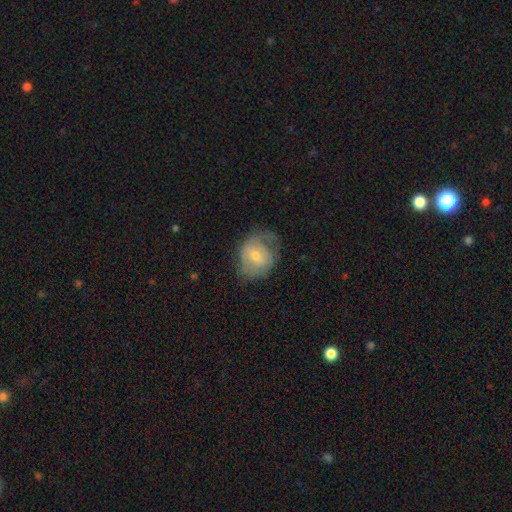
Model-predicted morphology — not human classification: Smooth or featured? Predicted: smooth (p=0.48). Merging? Predicted: none (p=0.54).